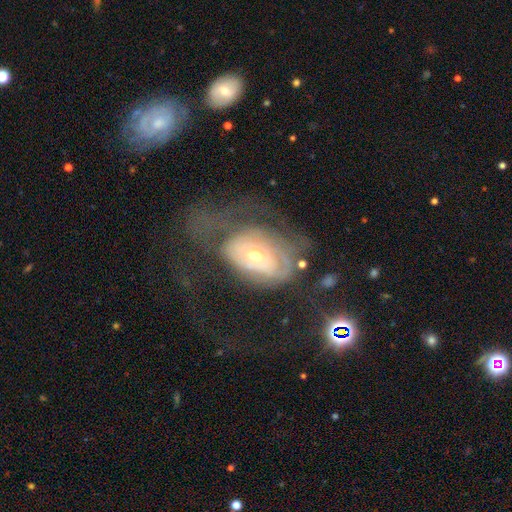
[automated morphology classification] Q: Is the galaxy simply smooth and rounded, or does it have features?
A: featured or disk — 64%.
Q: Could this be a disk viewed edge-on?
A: no — 93%.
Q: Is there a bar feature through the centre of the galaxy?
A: no — 79%.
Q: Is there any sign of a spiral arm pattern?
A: yes — 51%.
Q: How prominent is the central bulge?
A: small — 47%, tied with moderate.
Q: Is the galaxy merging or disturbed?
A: major disturbance — 53%.